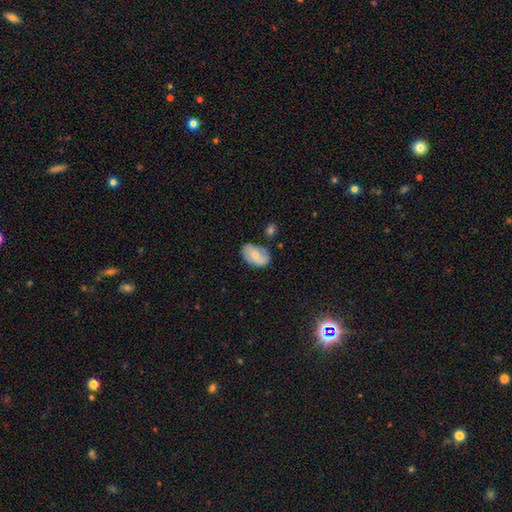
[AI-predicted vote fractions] Smooth or featured?
  - smooth: 59% *
  - featured or disk: 33%
  - star or artifact: 8%
How rounded?
  - in between: 88% *
  - round: 10%
  - cigar-shaped: 1%
Merging?
  - none: 56% *
  - minor disturbance: 28%
  - major disturbance: 9%
  - merger: 7%